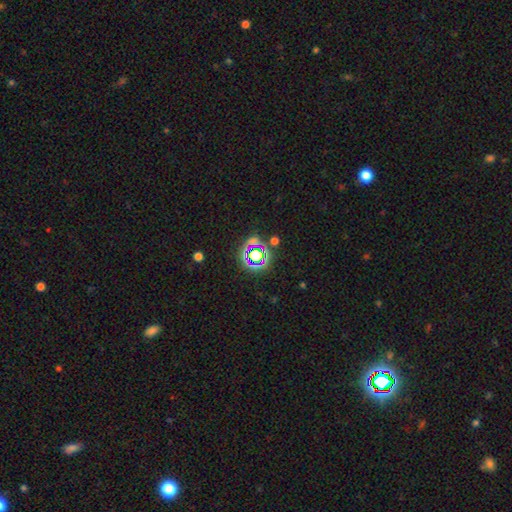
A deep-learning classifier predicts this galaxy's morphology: A star or artifact, not a galaxy (61%).

Vote fractions:
- Smooth or featured? star or artifact: 61% / smooth: 26% / featured or disk: 13%